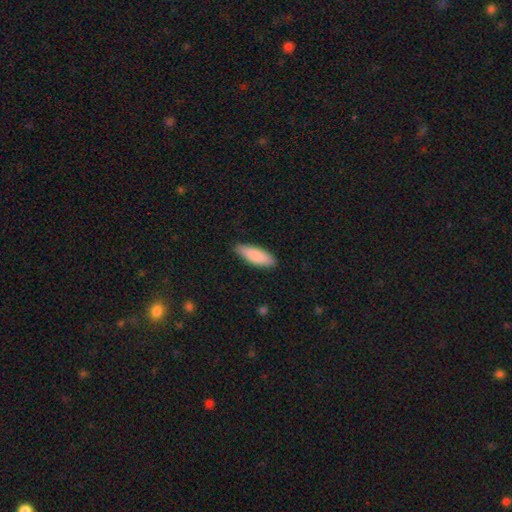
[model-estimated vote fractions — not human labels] smooth-or-featured: smooth: 87% | featured or disk: 8% | star or artifact: 5%
  how-rounded: in between: 56% | cigar-shaped: 42% | round: 2%
  merging: none: 86% | minor disturbance: 11% | major disturbance: 2% | merger: 1%